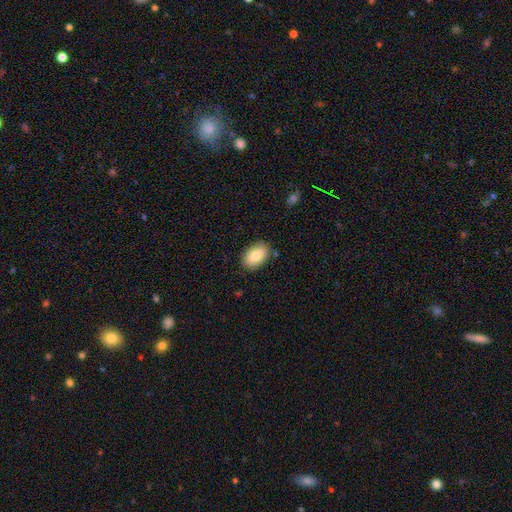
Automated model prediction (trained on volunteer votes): smooth 82%, featured or disk 12%, star or artifact 7%. Down the decision tree: how rounded — in between (91%); merging — none (86%).